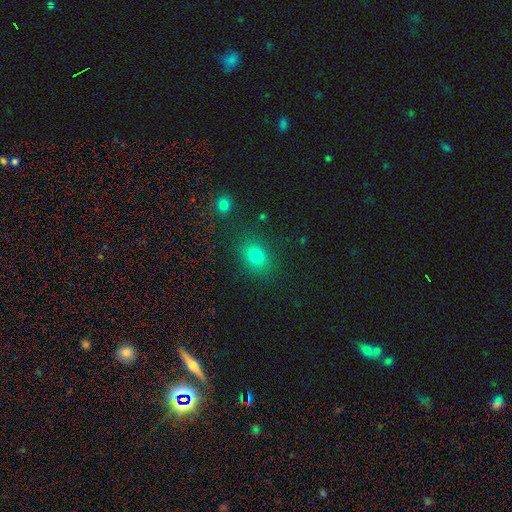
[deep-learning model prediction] Overall: smooth (78%). How rounded: in between (59%; round 40%). Merging: none (83%).